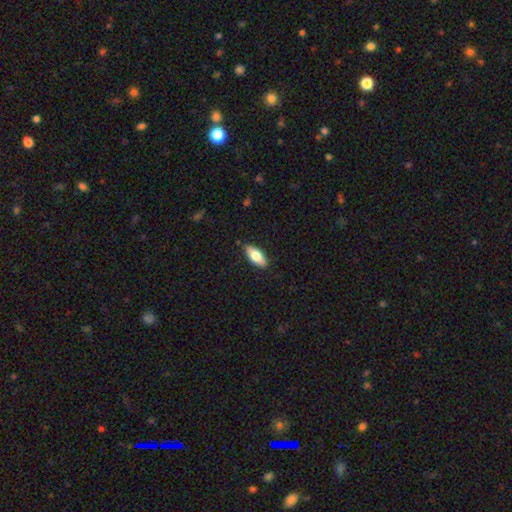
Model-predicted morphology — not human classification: Smooth or featured? Predicted: smooth (p=0.74). How rounded? Predicted: in between (p=0.82). Merging? Predicted: none (p=0.86).